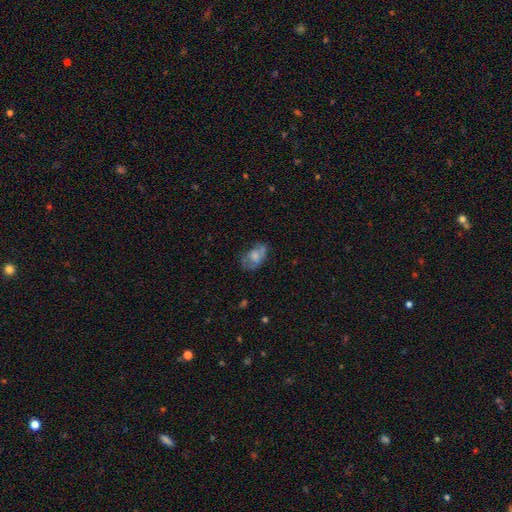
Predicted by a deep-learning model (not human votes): A smooth galaxy with no disk features (55%) that is in between round and cigar-shaped (86%). Merging: none (46%).